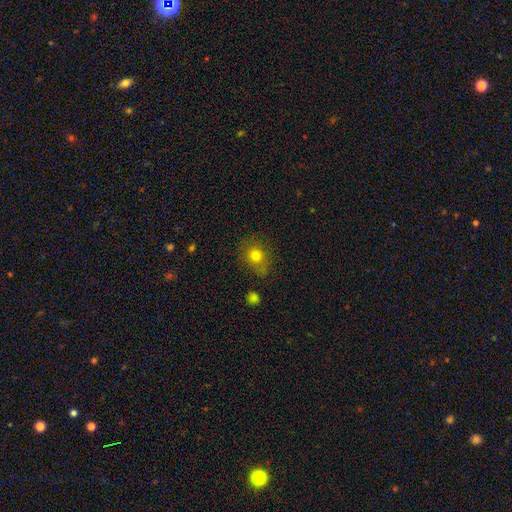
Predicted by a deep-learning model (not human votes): Smooth or featured?
  - smooth: 75% *
  - star or artifact: 14%
  - featured or disk: 11%
How rounded?
  - round: 70% *
  - in between: 29%
  - cigar-shaped: 1%
Merging?
  - none: 75% *
  - minor disturbance: 16%
  - major disturbance: 5%
  - merger: 3%